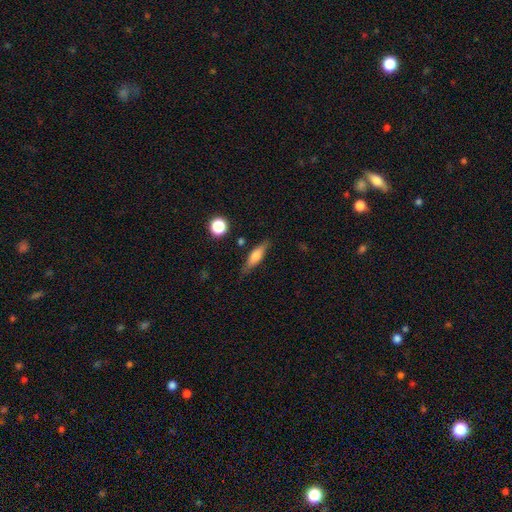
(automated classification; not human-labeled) Q: Smooth or featured?
A: smooth (59%); runner-up: featured or disk (33%)
Q: How rounded?
A: cigar-shaped (58%); runner-up: in between (38%)
Q: Merging?
A: none (79%); runner-up: minor disturbance (15%)